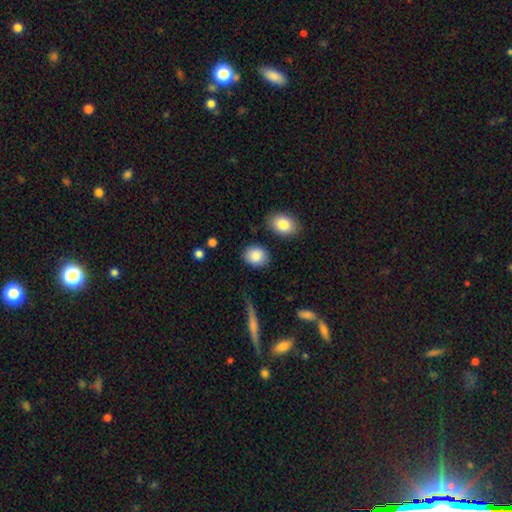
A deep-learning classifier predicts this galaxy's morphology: This is clearly a smooth galaxy (88%). How rounded: possibly round (57%). Merging: clearly none (84%).